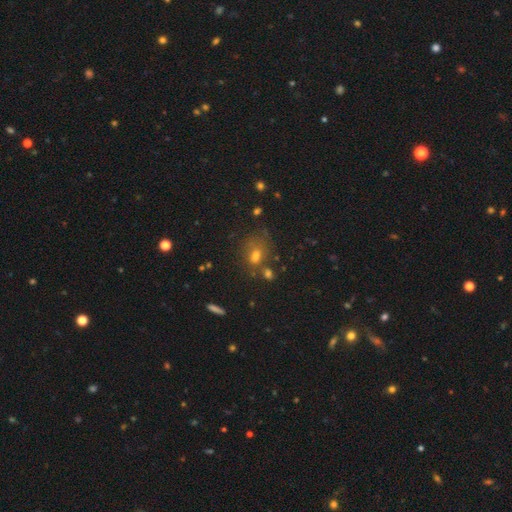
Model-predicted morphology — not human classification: Smooth or featured? Predicted: smooth (p=0.61). How rounded? Predicted: in between (p=0.59). Merging? Predicted: none (p=0.54).